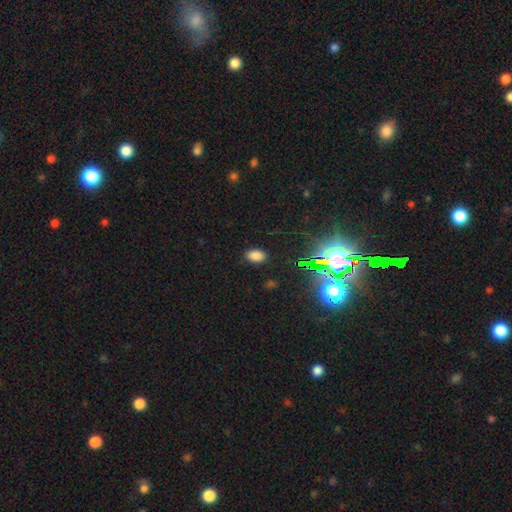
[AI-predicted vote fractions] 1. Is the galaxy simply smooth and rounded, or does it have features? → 76% smooth, 19% star or artifact, 5% featured or disk.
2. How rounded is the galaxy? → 89% in between, 10% round, 2% cigar-shaped.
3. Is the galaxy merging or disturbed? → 86% none, 9% minor disturbance, 3% major disturbance, 1% merger.